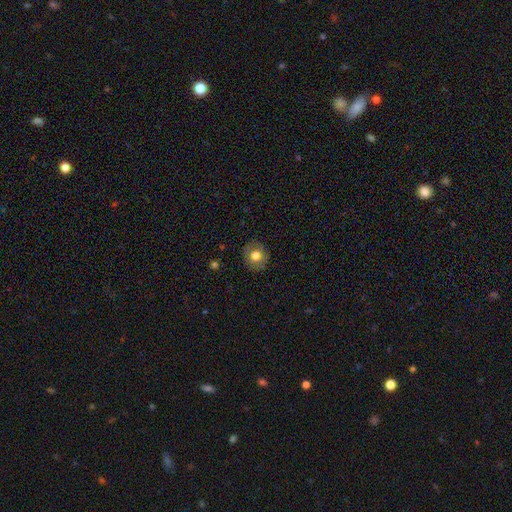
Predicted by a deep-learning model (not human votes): A smooth galaxy with no disk features (70%) that is round (81%). Merging: none (86%).